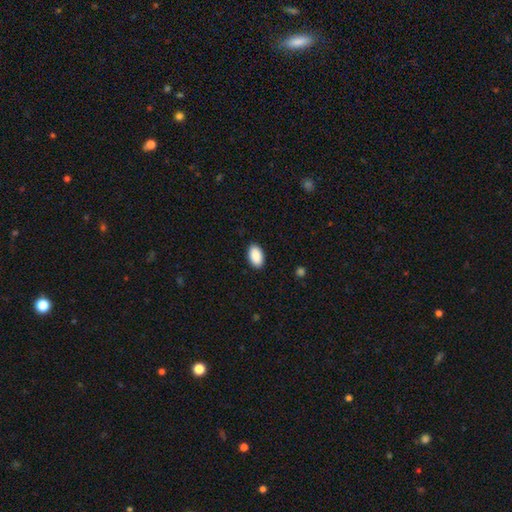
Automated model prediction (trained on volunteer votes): The model was most divided on "merging": none: 90%, minor disturbance: 7%, major disturbance: 2%, merger: 1%. More confident: how rounded — in between (95%); smooth or featured — smooth (91%).